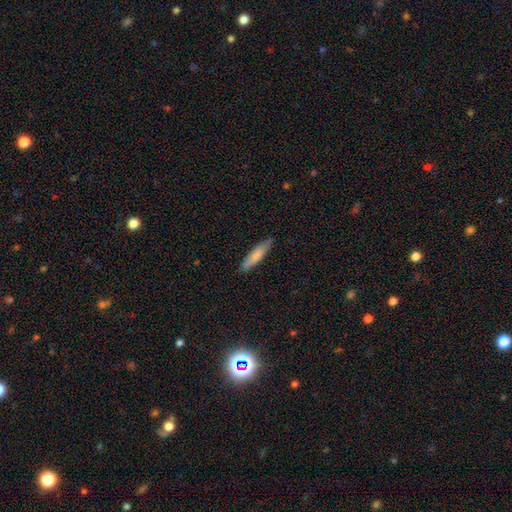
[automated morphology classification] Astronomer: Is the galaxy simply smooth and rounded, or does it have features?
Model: smooth — 75%.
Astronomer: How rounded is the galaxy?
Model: cigar-shaped — 83%.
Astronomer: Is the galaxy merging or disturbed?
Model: none — 87%.